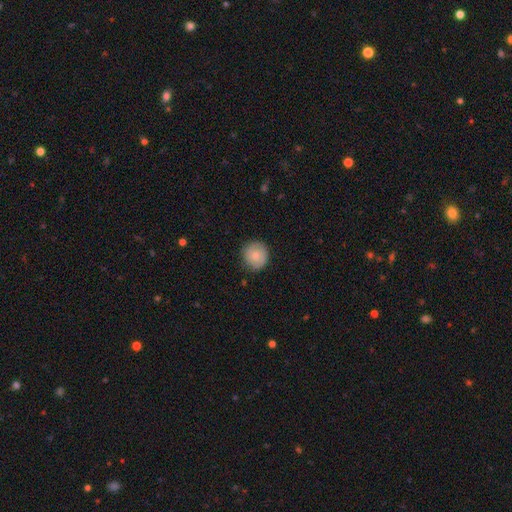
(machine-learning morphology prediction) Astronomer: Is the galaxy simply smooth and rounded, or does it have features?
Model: smooth — 72%.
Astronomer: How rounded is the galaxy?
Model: round — 90%.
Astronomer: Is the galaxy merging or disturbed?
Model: none — 82%.